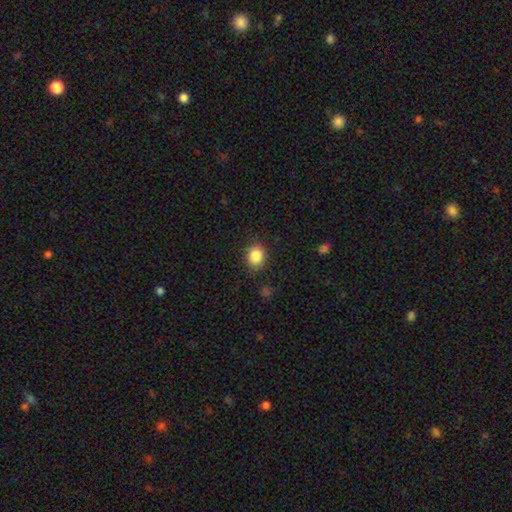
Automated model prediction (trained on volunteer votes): Overall: smooth (86%). How rounded: round (61%; in between 38%). Merging: none (86%).